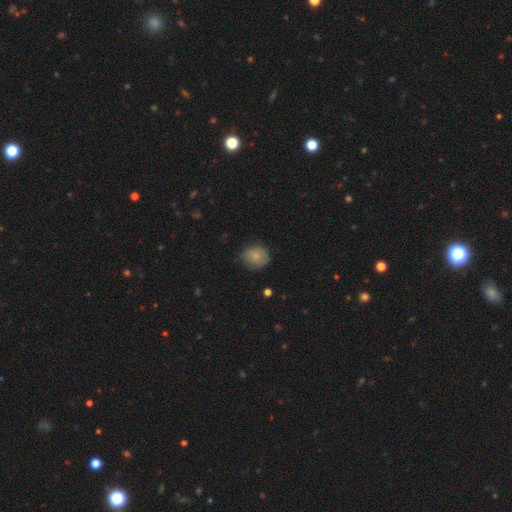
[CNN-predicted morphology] smooth_or_featured: smooth (p=0.80) [alt: featured or disk p=0.12]
how_rounded: round (p=0.67) [alt: in between p=0.32]
merging: none (p=0.73) [alt: minor disturbance p=0.21]